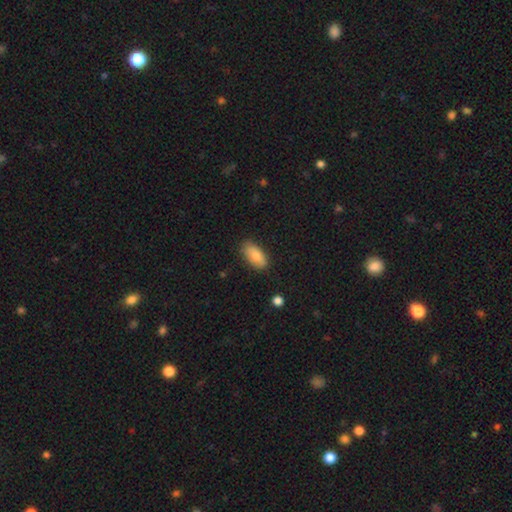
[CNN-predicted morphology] smooth_or_featured: smooth (p=0.84) [alt: featured or disk p=0.09]
how_rounded: in between (p=0.90) [alt: cigar-shaped p=0.07]
merging: none (p=0.82) [alt: minor disturbance p=0.14]